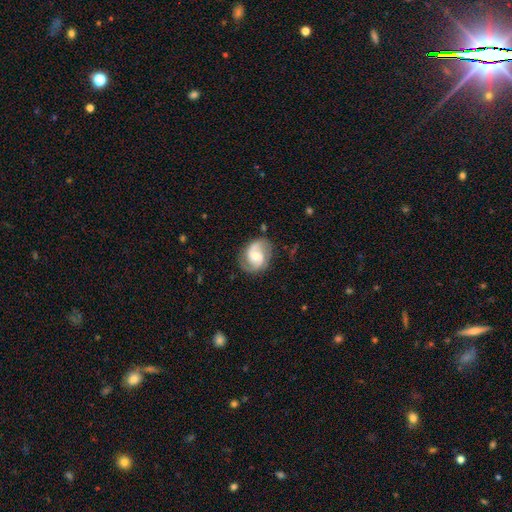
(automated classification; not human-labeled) Smooth or featured?
  - featured or disk: 82% *
  - smooth: 12%
  - star or artifact: 6%
Edge-on disk?
  - no: 98% *
  - yes: 2%
Bar?
  - no: 51% *
  - weak: 40%
  - strong: 9%
Spiral arms?
  - yes: 96% *
  - no: 4%
Spiral winding?
  - medium: 51% *
  - loose: 25%
  - tight: 24%
Spiral arm count?
  - 2: 90% *
  - can't tell: 4%
  - 1: 2%
  - 3: 2%
  - 4: 1%
  - more than 4: 1%
Bulge size?
  - moderate: 55% *
  - small: 32%
  - large: 8%
  - none: 3%
  - dominant: 1%
Merging?
  - none: 77% *
  - minor disturbance: 16%
  - major disturbance: 6%
  - merger: 2%